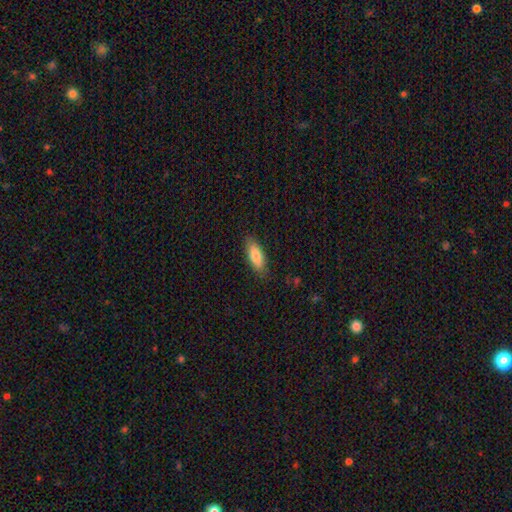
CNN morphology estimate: The model was most divided on "how rounded": in between: 72%, cigar-shaped: 26%, round: 2%. More confident: merging — none (84%); smooth or featured — smooth (82%).